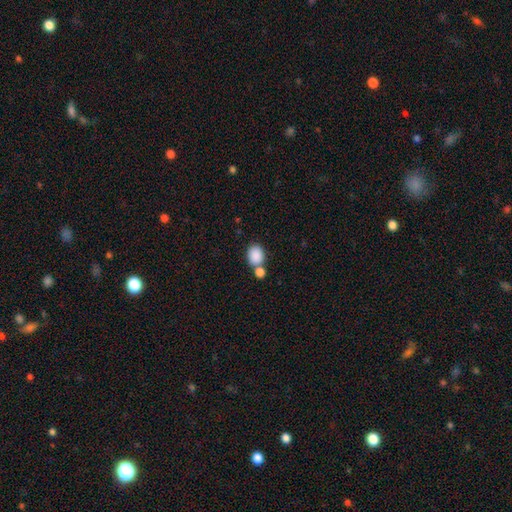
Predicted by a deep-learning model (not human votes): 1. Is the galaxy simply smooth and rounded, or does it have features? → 87% smooth, 8% star or artifact, 5% featured or disk.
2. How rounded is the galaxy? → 60% in between, 39% round, 1% cigar-shaped.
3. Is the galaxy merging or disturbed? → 51% none, 35% merger, 10% minor disturbance, 4% major disturbance.